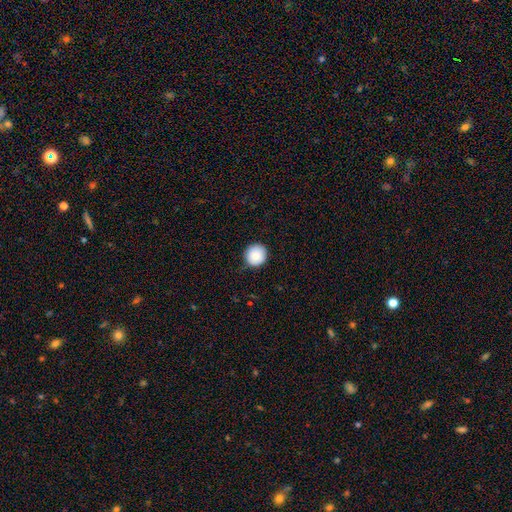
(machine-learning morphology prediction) A smooth galaxy with no disk features (86%) that is round (95%).

Vote fractions:
- Smooth or featured? smooth: 86% / star or artifact: 8% / featured or disk: 6%
- How rounded? round: 95% / in between: 4% / cigar-shaped: 1%
- Merging? none: 88% / minor disturbance: 9% / major disturbance: 2% / merger: 1%